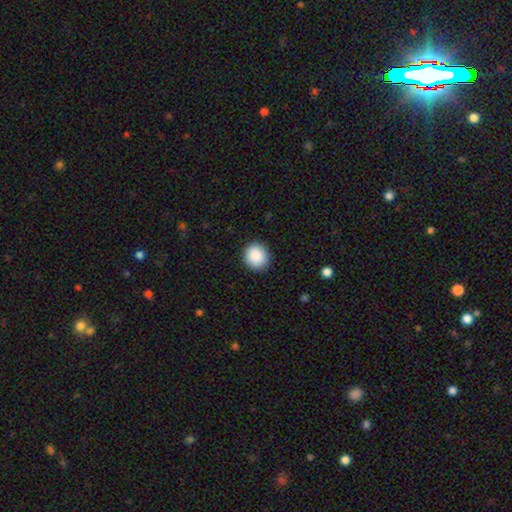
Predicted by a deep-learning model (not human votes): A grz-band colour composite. It shows a smooth galaxy with no disk features (89%) that is round (82%). Merging: none (90%).